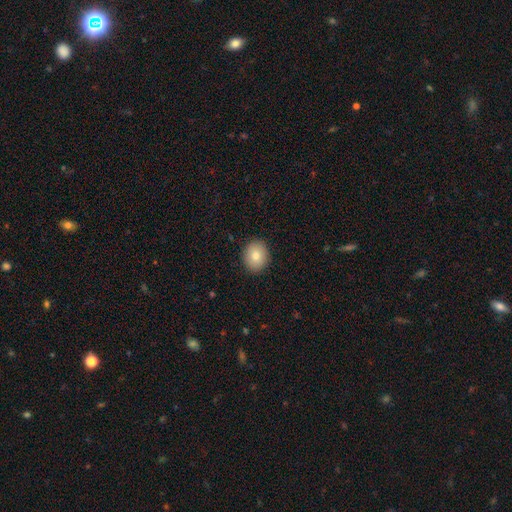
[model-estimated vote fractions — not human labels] smooth-or-featured: smooth: 81% | featured or disk: 11% | star or artifact: 8%
  how-rounded: round: 62% | in between: 38% | cigar-shaped: 1%
  merging: none: 90% | minor disturbance: 7% | major disturbance: 2% | merger: 1%